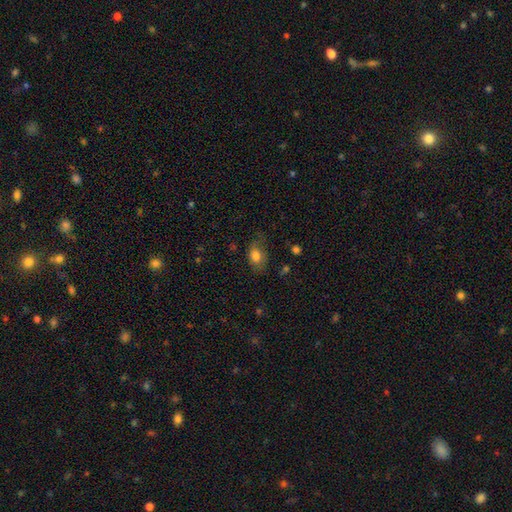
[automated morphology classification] This is likely a smooth galaxy (79%). How rounded: likely in between (80%). Merging: possibly none (59%).